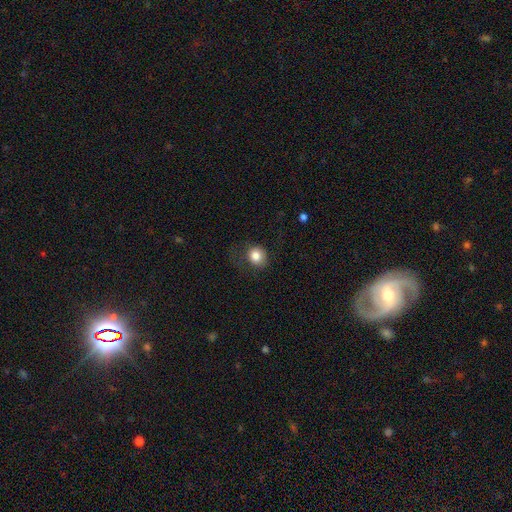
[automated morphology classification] This is clearly a smooth galaxy (82%). How rounded: likely round (76%). Merging: likely none (69%).